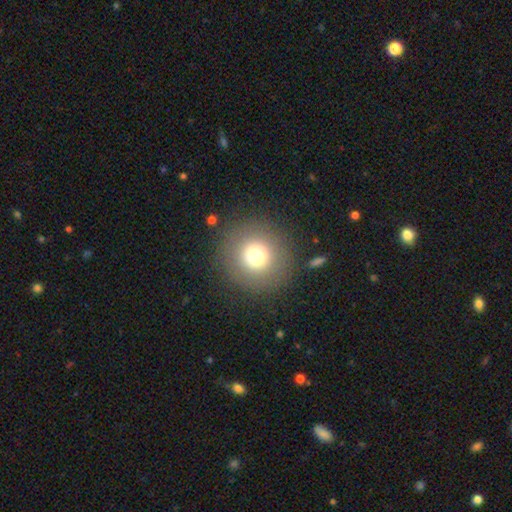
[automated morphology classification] smooth 73%, star or artifact 15%, featured or disk 12%. Down the decision tree: how rounded — round (95%); merging — none (87%).